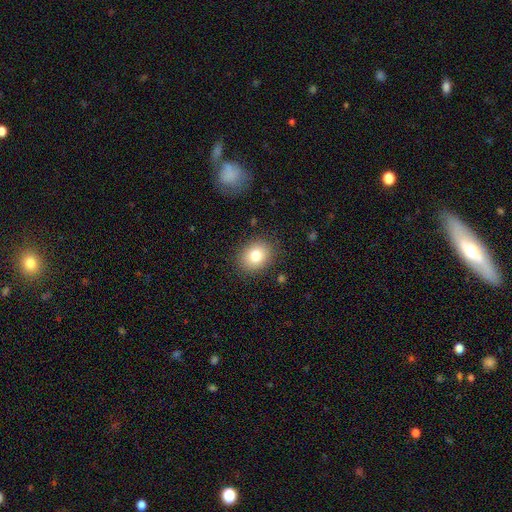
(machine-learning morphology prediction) Smooth or featured?
  - smooth: 80% *
  - featured or disk: 10%
  - star or artifact: 10%
How rounded?
  - round: 57% *
  - in between: 42%
  - cigar-shaped: 1%
Merging?
  - none: 87% *
  - minor disturbance: 9%
  - major disturbance: 3%
  - merger: 1%